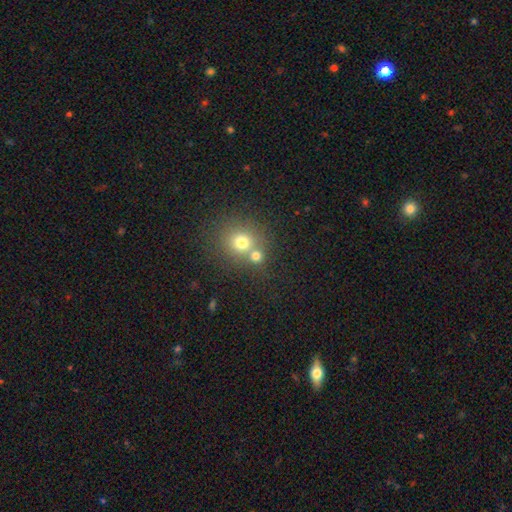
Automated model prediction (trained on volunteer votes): This is likely a smooth galaxy (73%). How rounded: clearly round (85%). Merging: possibly none (49%).